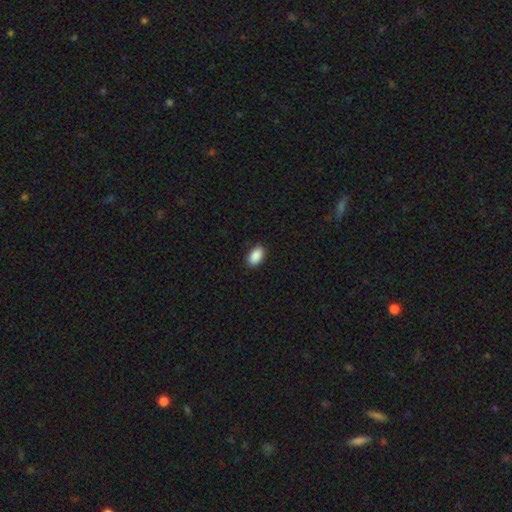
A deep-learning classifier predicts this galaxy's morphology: Q: Smooth or featured?
A: smooth (90%); runner-up: star or artifact (7%)
Q: How rounded?
A: in between (93%); runner-up: round (5%)
Q: Merging?
A: none (88%); runner-up: minor disturbance (9%)